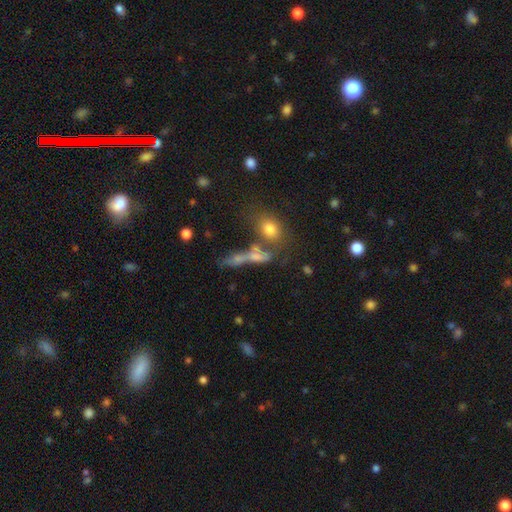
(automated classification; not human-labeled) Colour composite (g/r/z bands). It shows a smooth galaxy with no disk features (59%) that is in between round and cigar-shaped (43%). Merging: merger (37%).